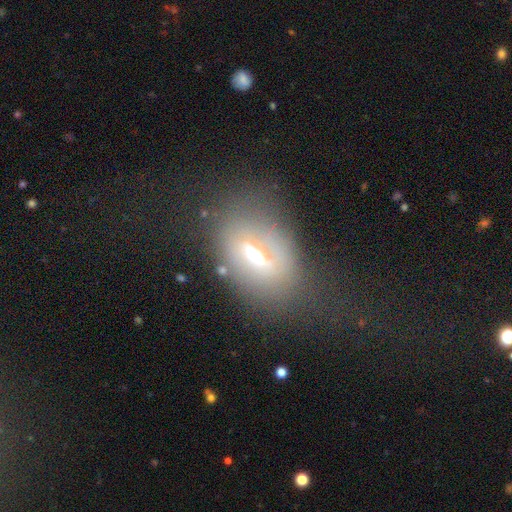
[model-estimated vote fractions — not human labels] Smooth or featured? featured or disk (54%)
Edge-on disk? no (74%)
Merging? none (58%)